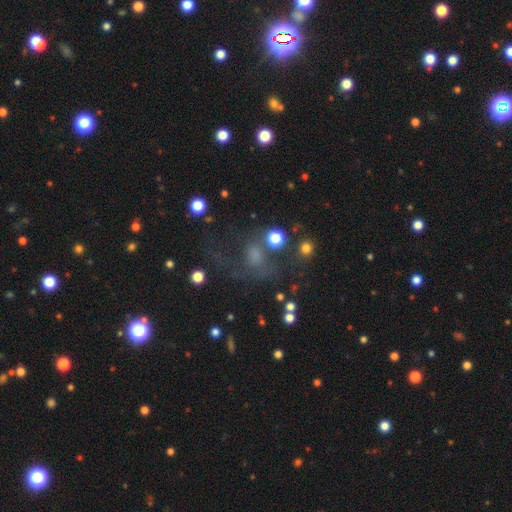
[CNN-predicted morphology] smooth 40%, featured or disk 33%, star or artifact 27%. Down the decision tree: merging — none (43%).